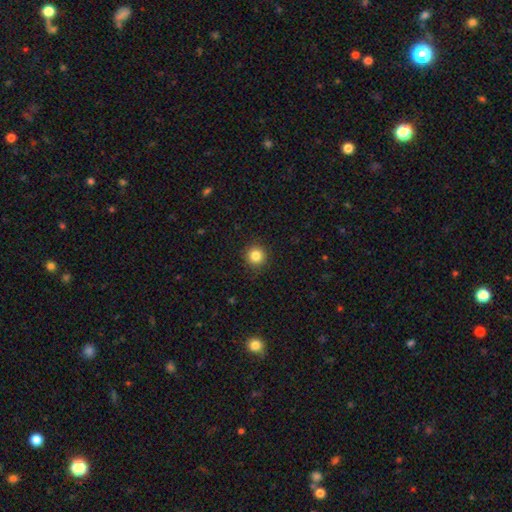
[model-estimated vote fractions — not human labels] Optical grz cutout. It shows a smooth galaxy with no disk features (84%) that is round (95%). Merging: none (91%).